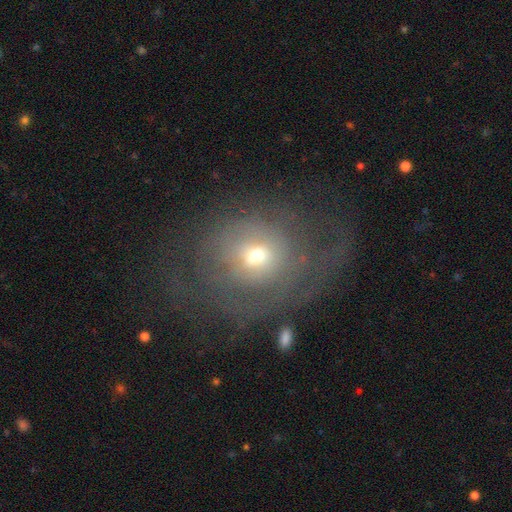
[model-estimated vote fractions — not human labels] Smooth or featured? featured or disk (47%)
Merging? none (44%)